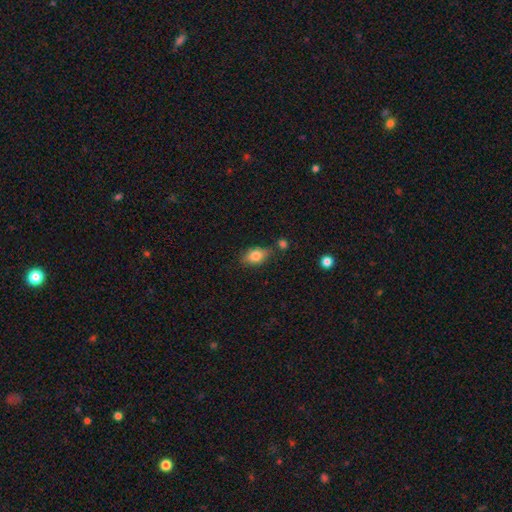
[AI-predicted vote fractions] The model was most divided on "merging": none: 70%, minor disturbance: 18%, merger: 8%, major disturbance: 4%. More confident: how rounded — in between (83%); smooth or featured — smooth (80%).